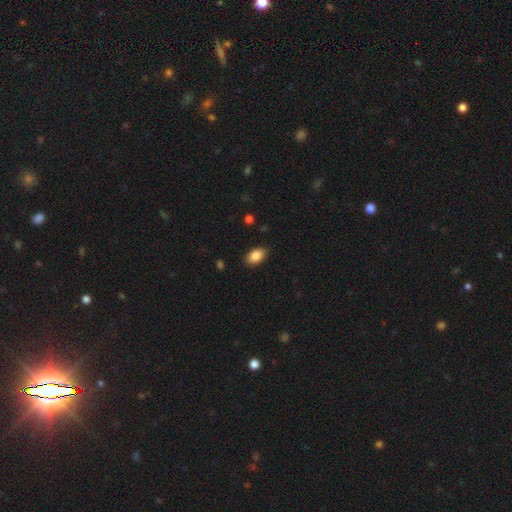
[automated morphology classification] Smooth or featured: smooth — 85% (featured or disk — 8%)
How rounded: in between — 91% (round — 7%)
Merging: none — 87% (minor disturbance — 10%)